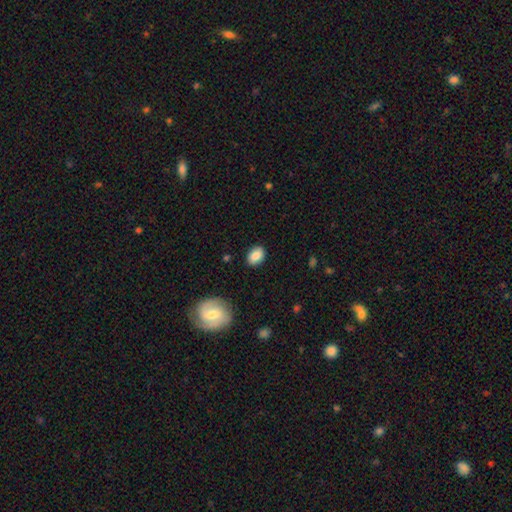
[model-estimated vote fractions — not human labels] Smooth or featured? smooth (85%)
How rounded? in between (77%)
Merging? none (87%)